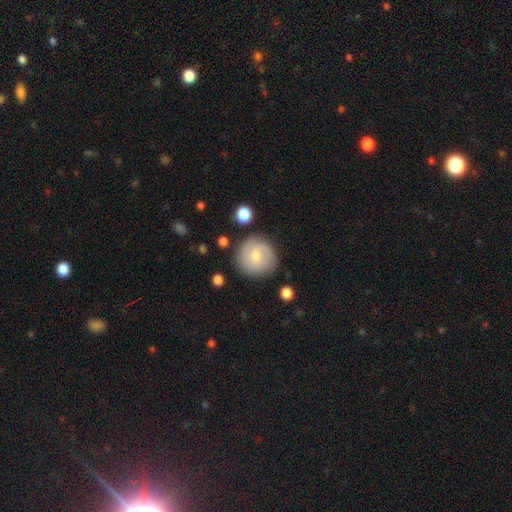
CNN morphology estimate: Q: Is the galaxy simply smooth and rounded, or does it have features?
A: smooth — 63%.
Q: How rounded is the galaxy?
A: round — 92%.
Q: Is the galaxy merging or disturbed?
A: none — 79%.